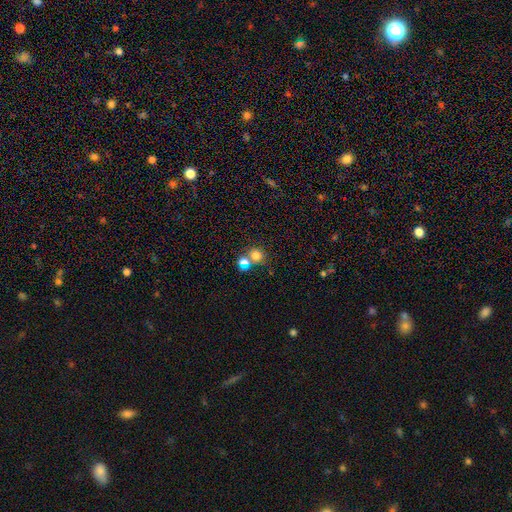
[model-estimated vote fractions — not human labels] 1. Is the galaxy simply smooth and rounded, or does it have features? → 77% smooth, 14% star or artifact, 9% featured or disk.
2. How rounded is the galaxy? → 80% round, 19% in between, 1% cigar-shaped.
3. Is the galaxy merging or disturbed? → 50% none, 38% merger, 8% minor disturbance, 4% major disturbance.